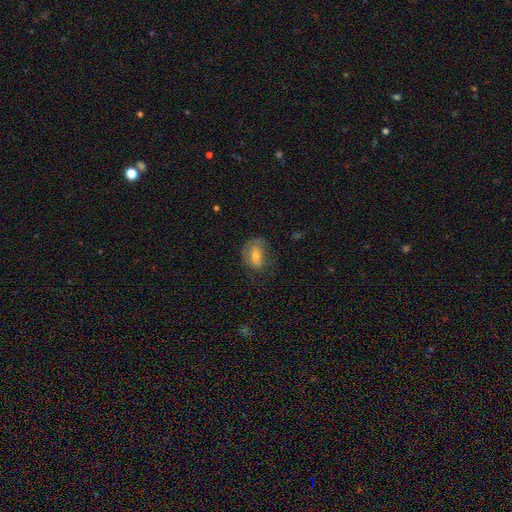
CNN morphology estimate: type=smooth (49%); merging=none (58%).